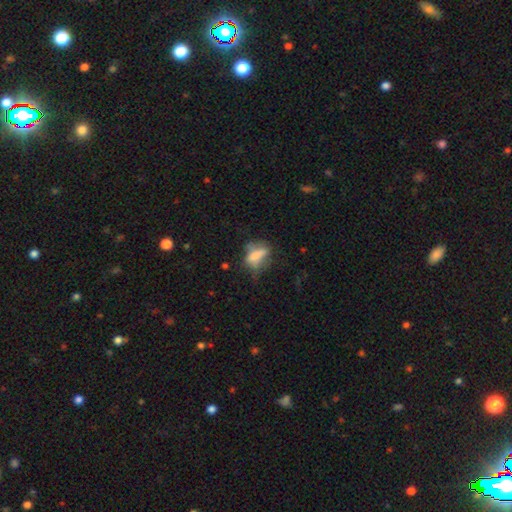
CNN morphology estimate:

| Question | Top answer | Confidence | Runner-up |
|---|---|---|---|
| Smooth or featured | smooth | 60% | featured or disk (29%) |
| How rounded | in between | 63% | cigar-shaped (28%) |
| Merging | none | 44% | minor disturbance (28%) |